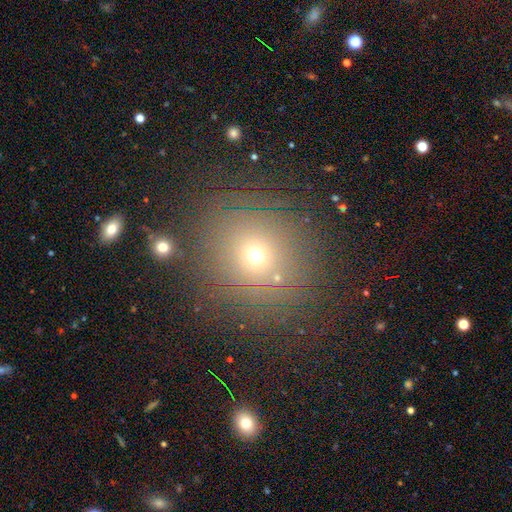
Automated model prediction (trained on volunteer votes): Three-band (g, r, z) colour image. It shows a smooth galaxy with no disk features (59%) that is round (85%). Merging: none (80%).